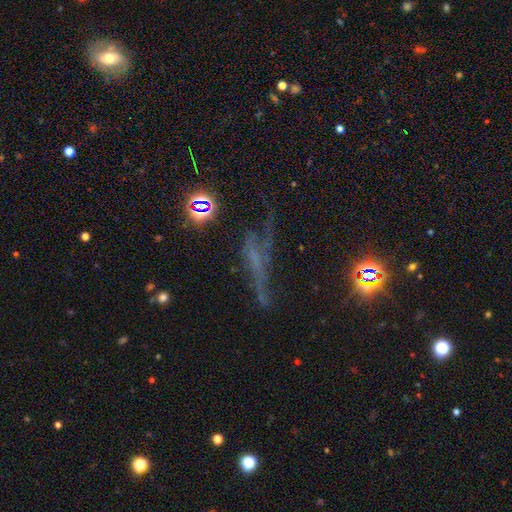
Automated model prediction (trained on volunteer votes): This is possibly a featured or disk galaxy (46%). Merging: marginally none (39%).